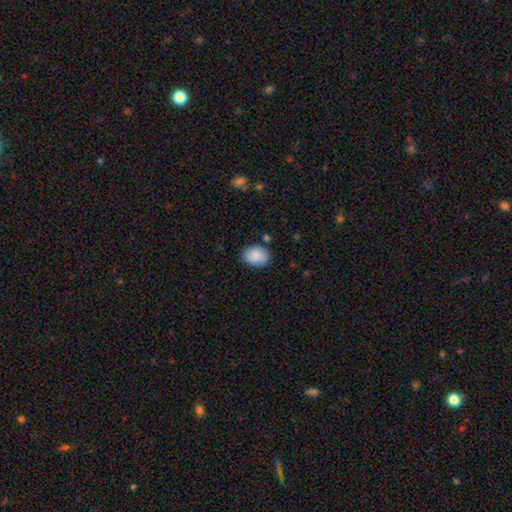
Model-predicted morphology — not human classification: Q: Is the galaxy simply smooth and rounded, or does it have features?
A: smooth — 89%.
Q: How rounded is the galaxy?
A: in between — 63%.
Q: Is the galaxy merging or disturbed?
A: none — 82%.